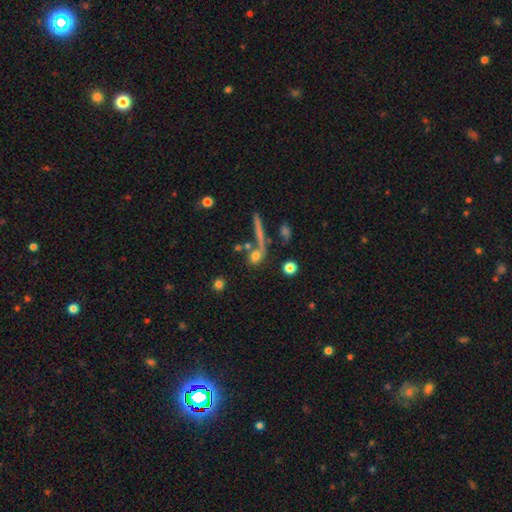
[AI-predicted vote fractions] Smooth or featured?
  - smooth: 70% *
  - featured or disk: 16%
  - star or artifact: 14%
How rounded?
  - round: 58% *
  - in between: 25%
  - cigar-shaped: 17%
Merging?
  - none: 55% *
  - merger: 24%
  - minor disturbance: 12%
  - major disturbance: 9%